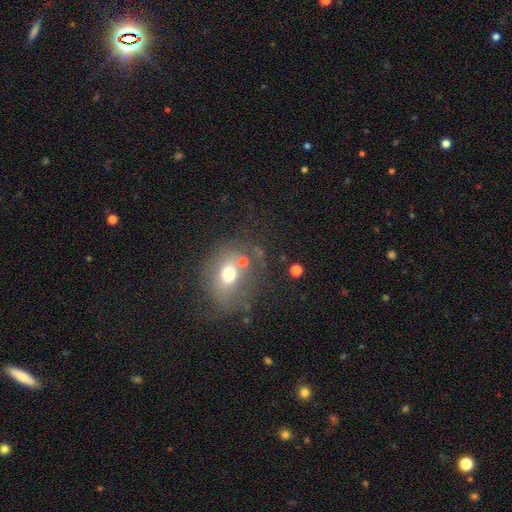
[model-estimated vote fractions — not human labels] Morphology: type=smooth (59%); roundness=round (54%); merging=none (53%).